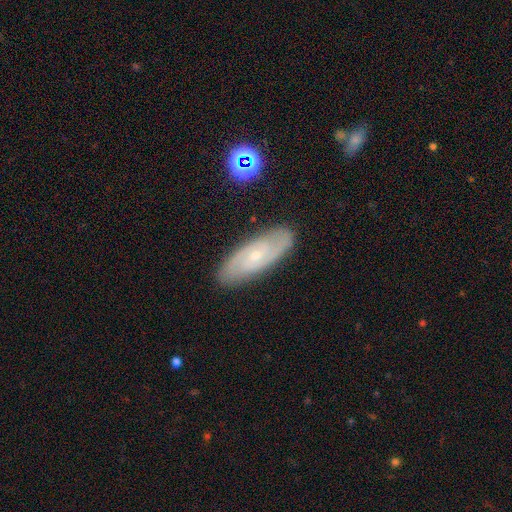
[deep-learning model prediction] Q: Smooth or featured?
A: featured or disk (76%); runner-up: smooth (17%)
Q: Edge-on disk?
A: no (89%); runner-up: yes (11%)
Q: Bar?
A: no (61%); runner-up: weak (33%)
Q: Spiral arms?
A: yes (92%); runner-up: no (8%)
Q: Spiral winding?
A: tight (48%); runner-up: medium (40%)
Q: Spiral arm count?
A: 2 (65%); runner-up: can't tell (20%)
Q: Bulge size?
A: small (73%); runner-up: moderate (24%)
Q: Merging?
A: none (85%); runner-up: minor disturbance (11%)